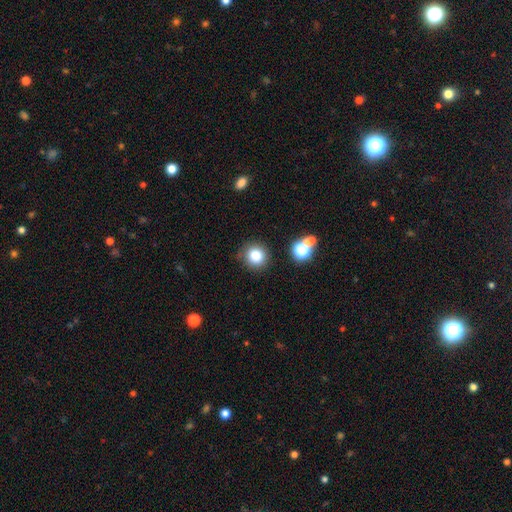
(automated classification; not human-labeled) Smooth or featured: smooth — 82% (star or artifact — 13%)
How rounded: round — 90% (in between — 9%)
Merging: none — 82% (minor disturbance — 10%)